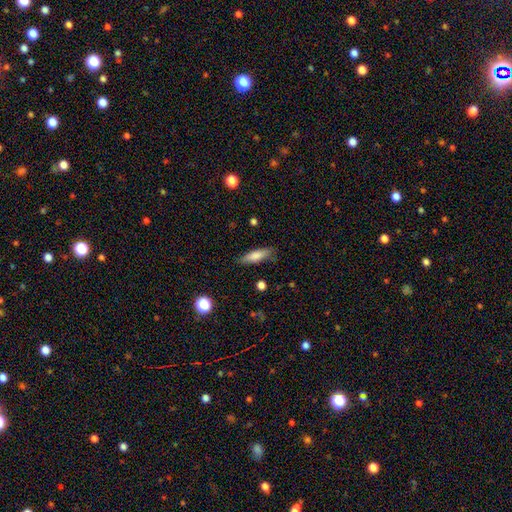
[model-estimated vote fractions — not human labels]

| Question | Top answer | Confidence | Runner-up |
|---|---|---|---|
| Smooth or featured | smooth | 76% | featured or disk (17%) |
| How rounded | cigar-shaped | 62% | in between (36%) |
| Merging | none | 83% | minor disturbance (13%) |